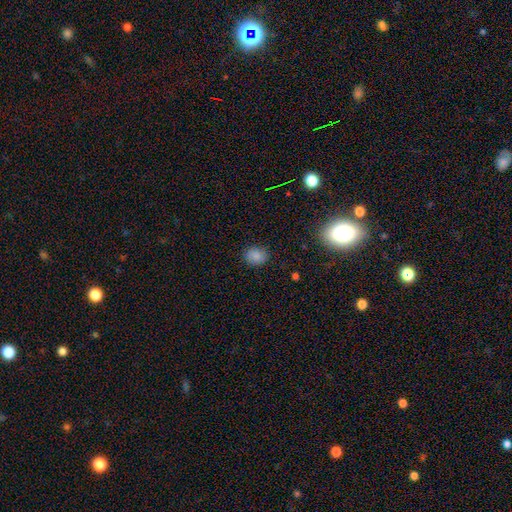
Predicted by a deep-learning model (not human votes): Smooth or featured?
  - smooth: 85% *
  - star or artifact: 11%
  - featured or disk: 4%
How rounded?
  - round: 55% *
  - in between: 44%
  - cigar-shaped: 1%
Merging?
  - none: 85% *
  - minor disturbance: 11%
  - major disturbance: 3%
  - merger: 1%